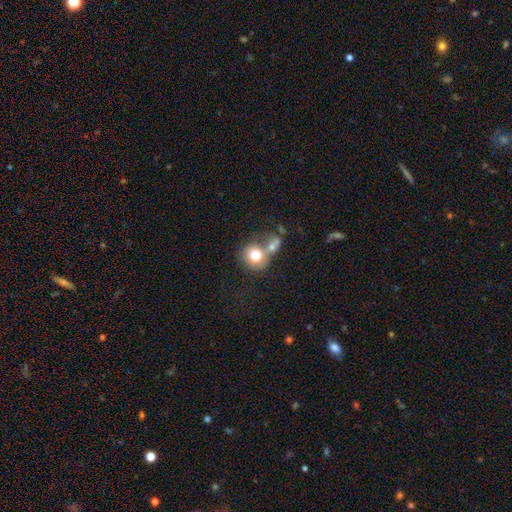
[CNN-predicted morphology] A smooth galaxy with no disk features (74%) that is round (79%).

Vote fractions:
- Smooth or featured? smooth: 74% / featured or disk: 16% / star or artifact: 9%
- How rounded? round: 79% / in between: 20% / cigar-shaped: 1%
- Merging? merger: 47% / none: 35% / minor disturbance: 11% / major disturbance: 7%